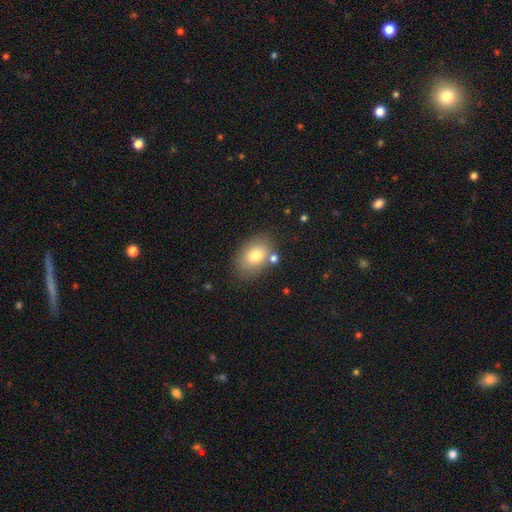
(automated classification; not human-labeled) This appears to be a smooth galaxy with no disk features (78%) that is in between round and cigar-shaped (83%). Merging: none (73%).